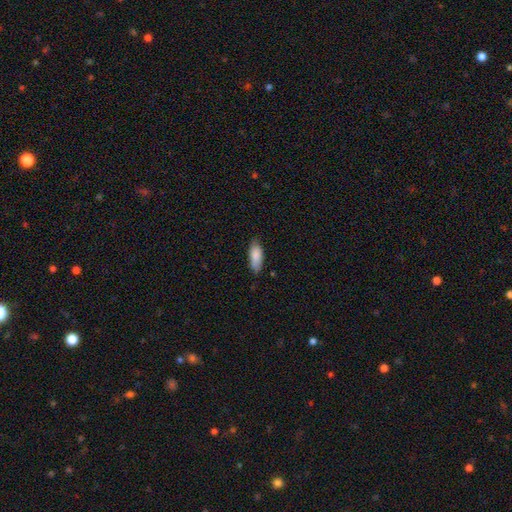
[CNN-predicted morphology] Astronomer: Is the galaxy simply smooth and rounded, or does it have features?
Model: smooth — 86%.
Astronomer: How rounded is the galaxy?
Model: in between — 77%.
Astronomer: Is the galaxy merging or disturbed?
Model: none — 75%.